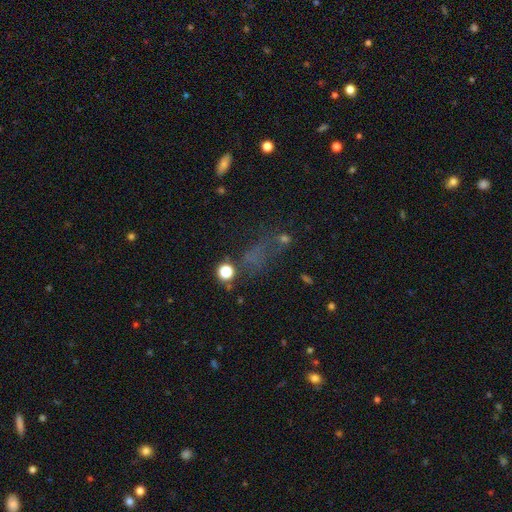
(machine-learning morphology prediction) Smooth or featured? star or artifact (44%)